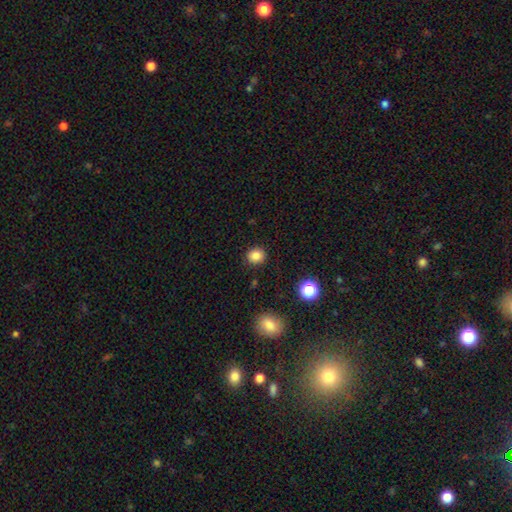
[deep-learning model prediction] A smooth galaxy with no disk features (83%) that is round (79%).

Vote fractions:
- Smooth or featured? smooth: 83% / star or artifact: 12% / featured or disk: 5%
- How rounded? round: 79% / in between: 20% / cigar-shaped: 1%
- Merging? none: 89% / minor disturbance: 7% / major disturbance: 2% / merger: 1%